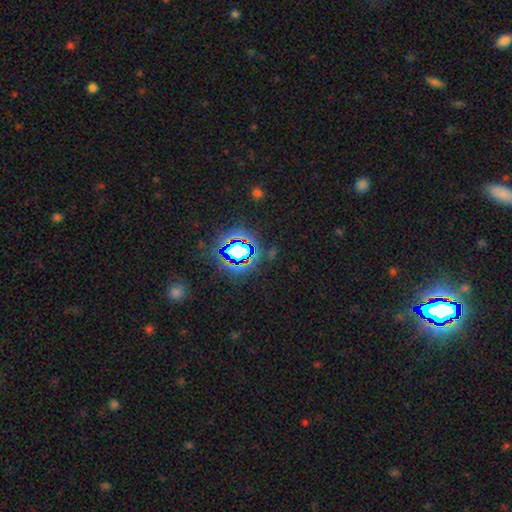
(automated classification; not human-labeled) smooth_or_featured: star or artifact (p=0.78) [alt: smooth p=0.15]